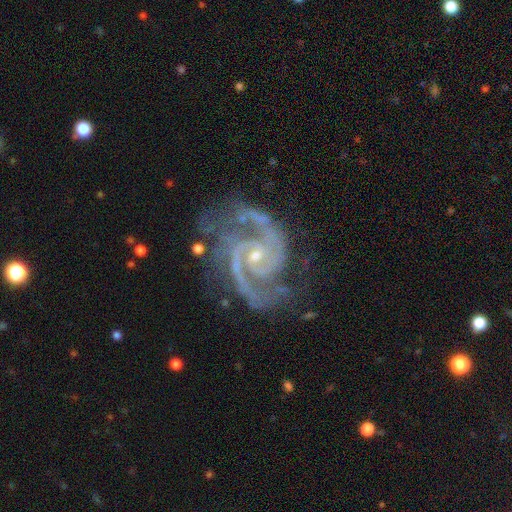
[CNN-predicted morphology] smooth_or_featured: featured or disk (p=0.93) [alt: star or artifact p=0.05]
disk_edge_on: no (p=0.98) [alt: yes p=0.02]
bar: no (p=0.57) [alt: weak p=0.33]
has_spiral_arms: yes (p=0.99) [alt: no p=0.01]
spiral_winding: medium (p=0.53) [alt: tight p=0.41]
spiral_arm_count: 2 (p=0.78) [alt: 3 p=0.12]
bulge_size: small (p=0.69) [alt: moderate p=0.28]
merging: none (p=0.65) [alt: minor disturbance p=0.21]